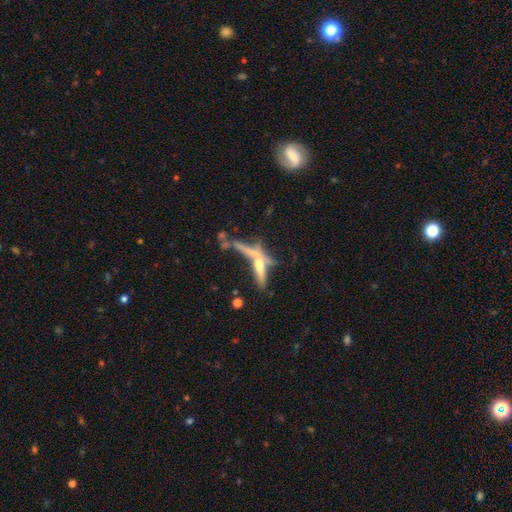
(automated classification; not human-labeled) smooth_or_featured: featured or disk (p=0.64) [alt: smooth p=0.22]
disk_edge_on: yes (p=0.75) [alt: no p=0.25]
merging: none (p=0.33) [alt: merger p=0.31]